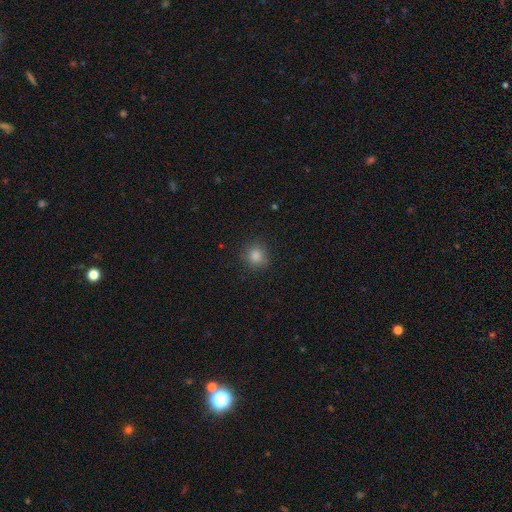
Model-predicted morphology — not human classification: Smooth or featured?
  - smooth: 83% *
  - star or artifact: 13%
  - featured or disk: 5%
How rounded?
  - round: 90% *
  - in between: 9%
  - cigar-shaped: 1%
Merging?
  - none: 87% *
  - minor disturbance: 9%
  - major disturbance: 2%
  - merger: 1%